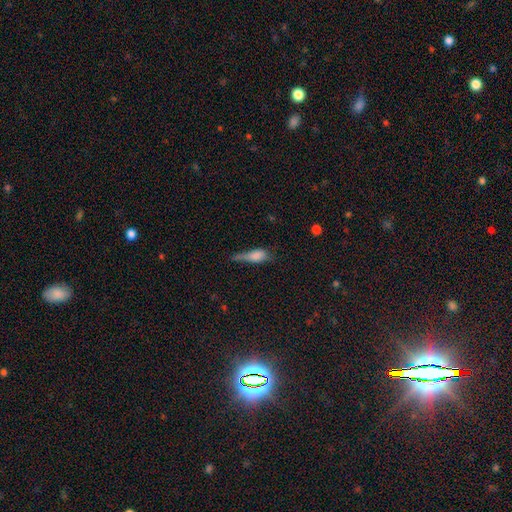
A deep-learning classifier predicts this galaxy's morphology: A smooth galaxy with no disk features (72%) that is in between round and cigar-shaped (59%).

Vote fractions:
- Smooth or featured? smooth: 72% / featured or disk: 18% / star or artifact: 10%
- How rounded? in between: 59% / cigar-shaped: 35% / round: 6%
- Merging? minor disturbance: 39% / none: 28% / major disturbance: 27% / merger: 7%